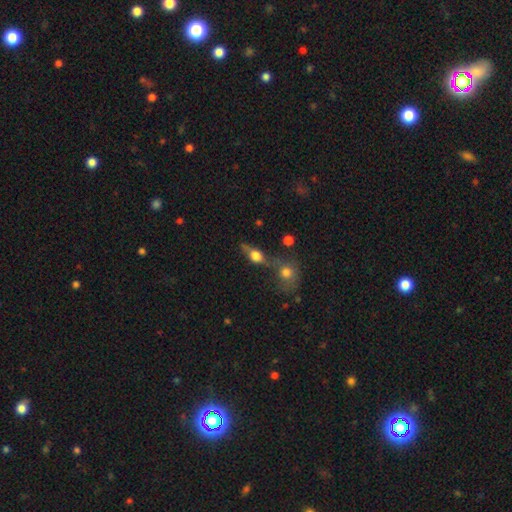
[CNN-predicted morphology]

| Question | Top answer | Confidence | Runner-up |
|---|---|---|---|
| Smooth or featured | smooth | 62% | featured or disk (26%) |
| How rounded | in between | 49% | round (38%) |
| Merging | merger | 38% | none (36%) |